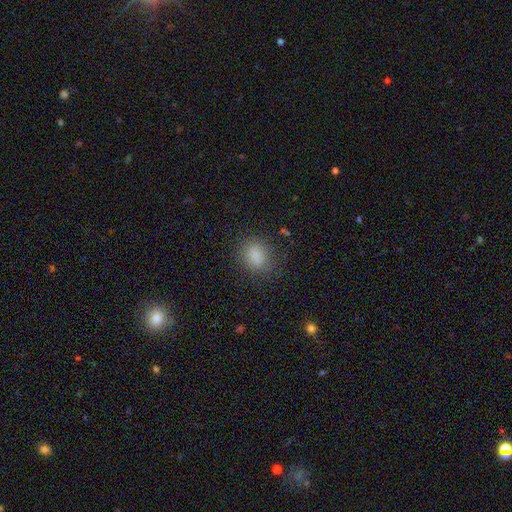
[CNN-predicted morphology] smooth 85%, star or artifact 10%, featured or disk 5%. Down the decision tree: how rounded — in between (59%); merging — none (81%).